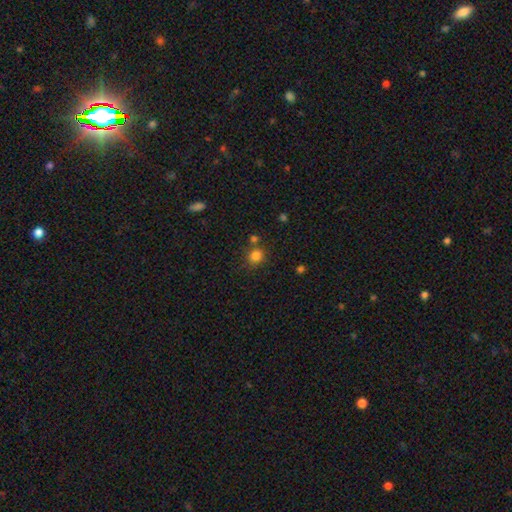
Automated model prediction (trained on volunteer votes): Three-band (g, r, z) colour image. It shows a smooth galaxy with no disk features (82%) that is round (88%). Merging: none (75%).